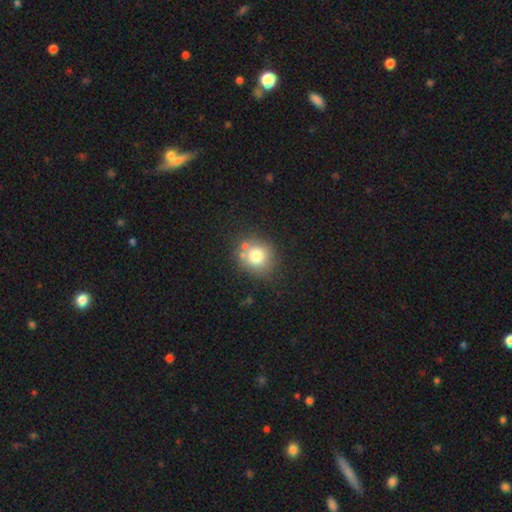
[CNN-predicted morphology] A smooth galaxy with no disk features (77%) that is round (81%).

Vote fractions:
- Smooth or featured? smooth: 77% / featured or disk: 11% / star or artifact: 11%
- How rounded? round: 81% / in between: 18% / cigar-shaped: 1%
- Merging? none: 68% / minor disturbance: 14% / merger: 12% / major disturbance: 5%